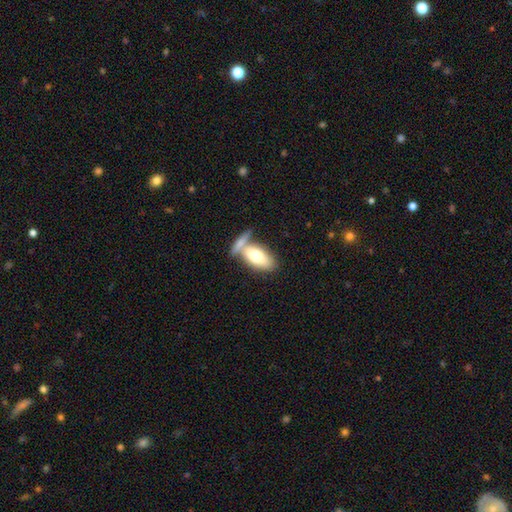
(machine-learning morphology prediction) Smooth or featured? Predicted: smooth (p=0.71). How rounded? Predicted: in between (p=0.89). Merging? Predicted: none (p=0.41).